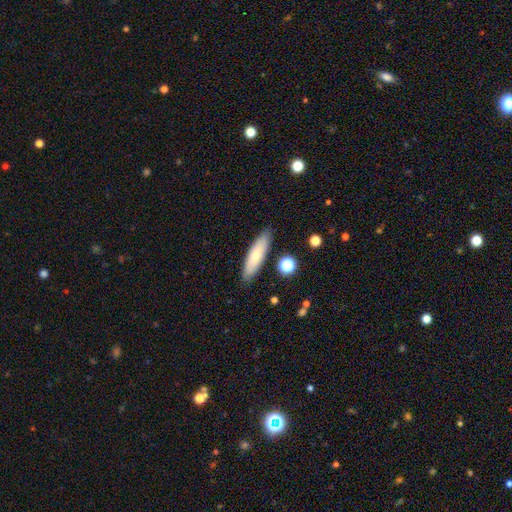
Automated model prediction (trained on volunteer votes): This is likely a smooth galaxy (68%). How rounded: likely cigar-shaped (63%). Merging: clearly none (87%).